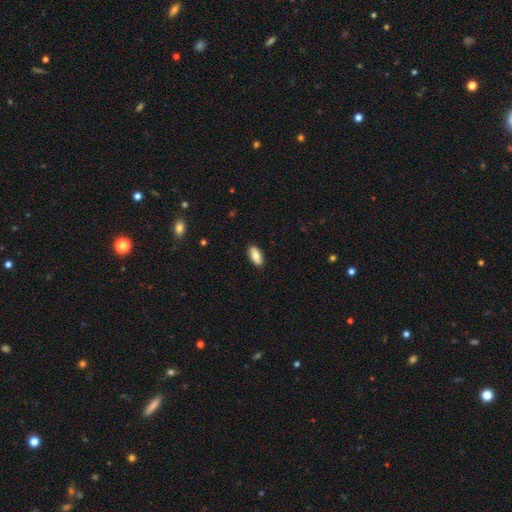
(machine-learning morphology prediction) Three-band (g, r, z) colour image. It shows a smooth galaxy with no disk features (80%) that is in between round and cigar-shaped (85%). Merging: none (89%).